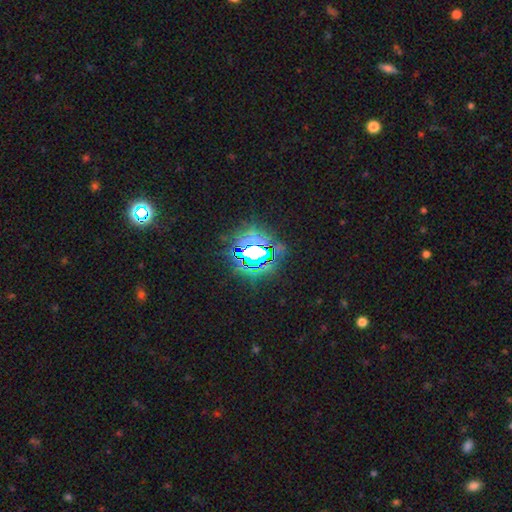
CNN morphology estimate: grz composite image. It shows a star or artifact, not a galaxy (80%).